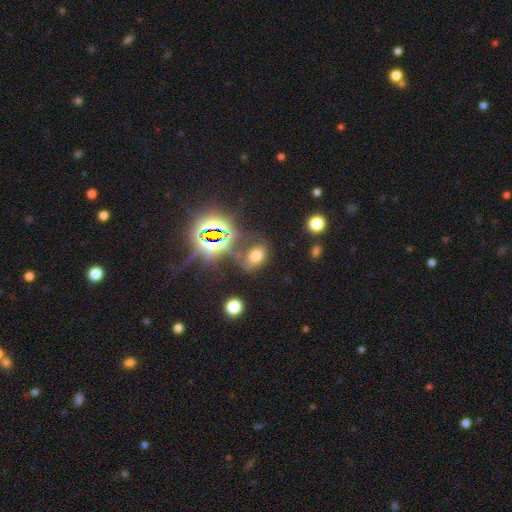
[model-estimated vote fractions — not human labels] The model was most divided on "smooth or featured": smooth: 59%, star or artifact: 30%, featured or disk: 11%. More confident: how rounded — in between (77%); merging — none (62%).